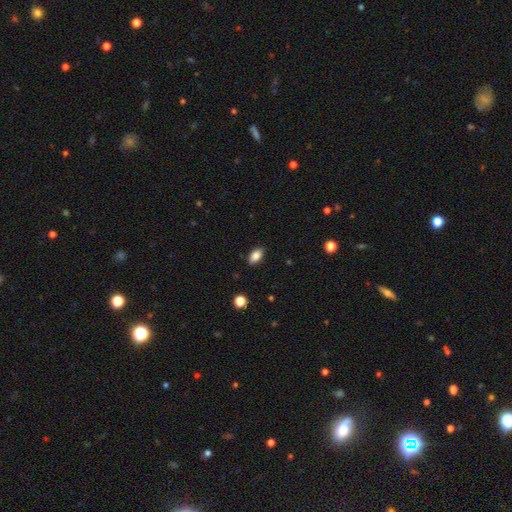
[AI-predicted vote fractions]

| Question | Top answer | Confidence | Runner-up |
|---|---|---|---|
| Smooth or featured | smooth | 85% | star or artifact (8%) |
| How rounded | in between | 91% | round (5%) |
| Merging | none | 87% | minor disturbance (9%) |